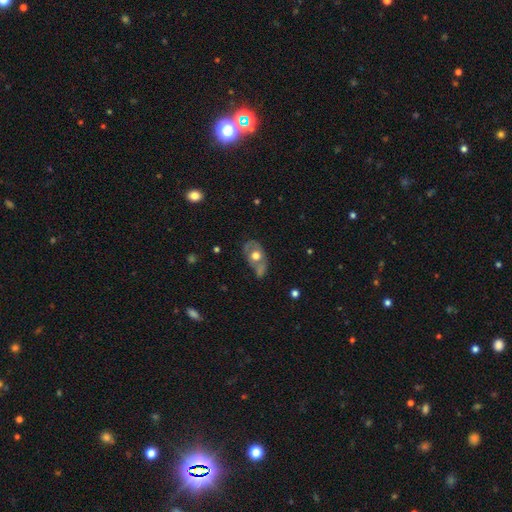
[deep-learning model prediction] The model was most divided on "smooth or featured": featured or disk: 50%, smooth: 43%, star or artifact: 7%. Remaining: merging — none (49%).